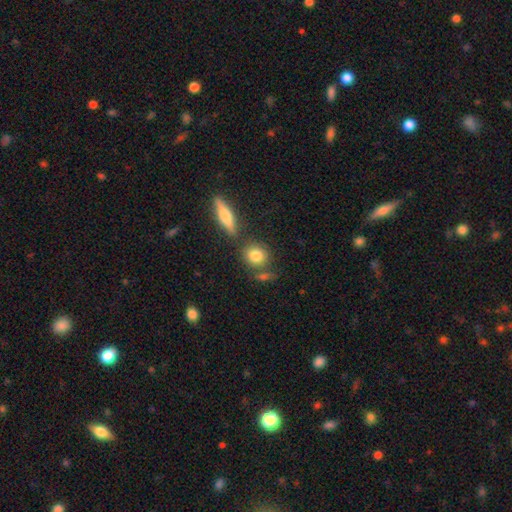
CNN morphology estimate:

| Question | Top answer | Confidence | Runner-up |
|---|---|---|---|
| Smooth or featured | smooth | 80% | featured or disk (11%) |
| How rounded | round | 72% | in between (24%) |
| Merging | none | 68% | merger (16%) |